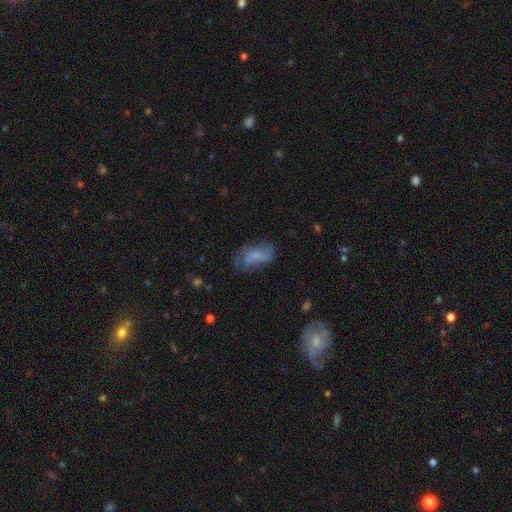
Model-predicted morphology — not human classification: Smooth or featured?
  - featured or disk: 45% *
  - smooth: 44%
  - star or artifact: 11%
Merging?
  - none: 47% *
  - minor disturbance: 27%
  - major disturbance: 22%
  - merger: 4%